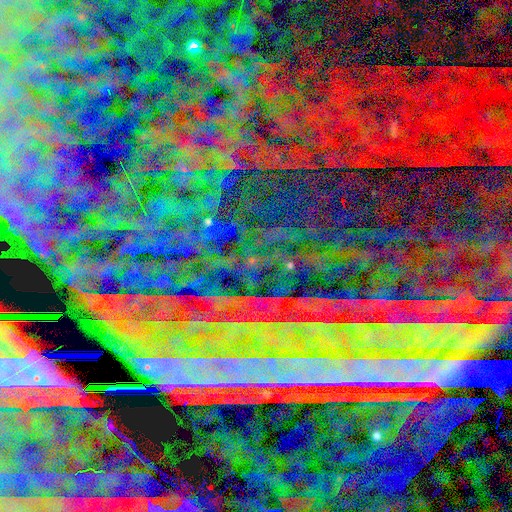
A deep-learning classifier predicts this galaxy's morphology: Smooth or featured?
  - star or artifact: 88% *
  - featured or disk: 7%
  - smooth: 6%